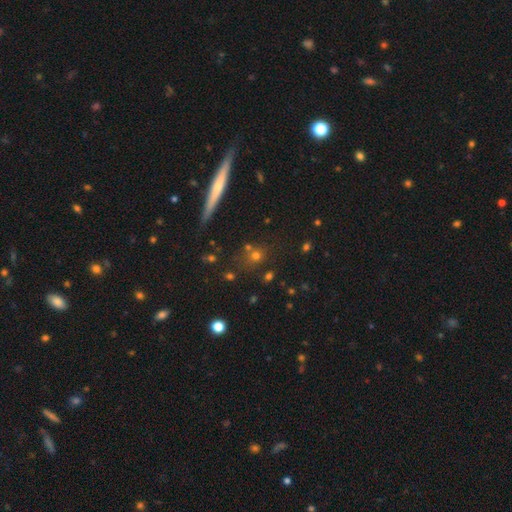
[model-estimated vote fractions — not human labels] Smooth or featured? smooth (62%)
How rounded? round (81%)
Merging? none (71%)